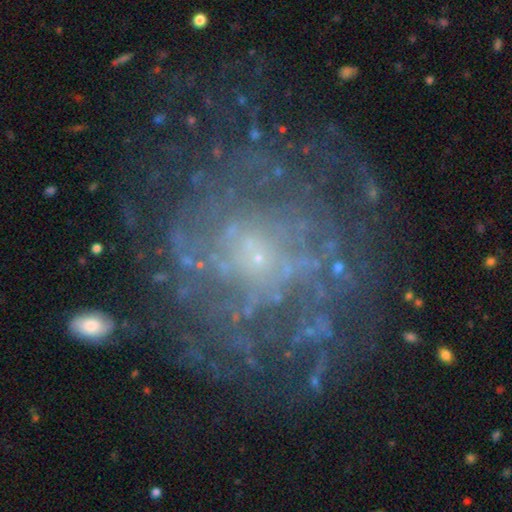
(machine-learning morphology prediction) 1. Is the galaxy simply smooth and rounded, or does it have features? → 76% featured or disk, 12% smooth, 12% star or artifact.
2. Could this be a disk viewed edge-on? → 97% no, 3% yes.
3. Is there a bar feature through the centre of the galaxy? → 78% no, 17% weak, 5% strong.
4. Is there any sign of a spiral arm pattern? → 71% yes, 29% no.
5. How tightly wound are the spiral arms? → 56% tight, 28% medium, 16% loose.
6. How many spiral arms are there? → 50% can't tell, 14% more than 4, 11% 4, 10% 2, 9% 3, 6% 1.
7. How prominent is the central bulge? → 78% small, 11% none, 8% moderate, 2% large, 1% dominant.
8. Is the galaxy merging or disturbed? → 65% none, 16% major disturbance, 16% minor disturbance, 2% merger.